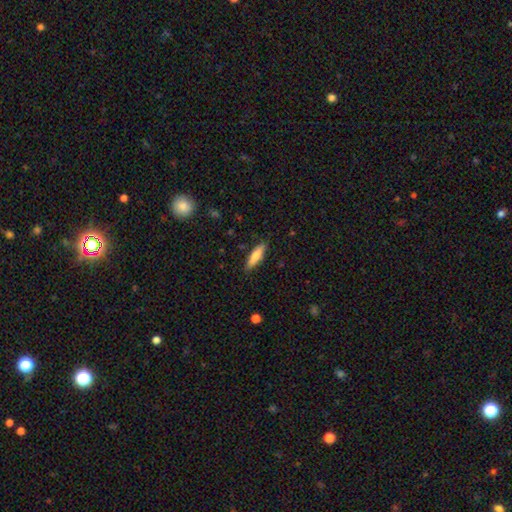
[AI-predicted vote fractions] Smooth or featured? smooth (73%)
How rounded? cigar-shaped (67%)
Merging? none (87%)